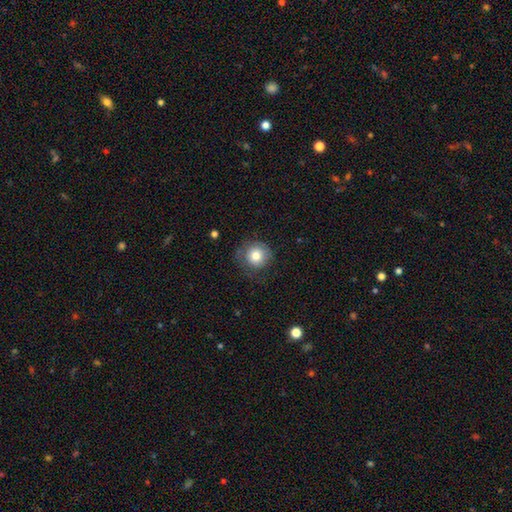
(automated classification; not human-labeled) A smooth galaxy with no disk features (78%) that is round (92%). Merging: none (68%).